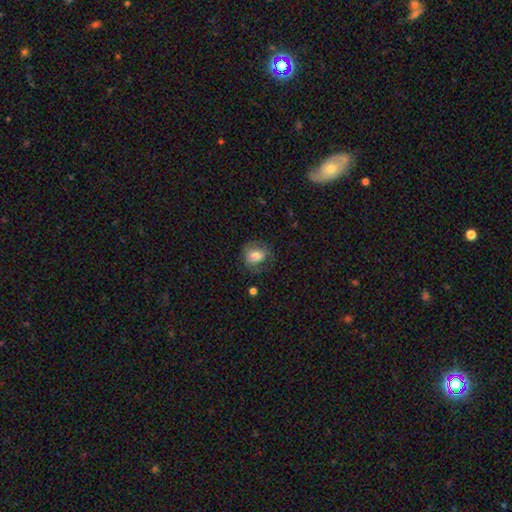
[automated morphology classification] smooth-or-featured: smooth: 66% | featured or disk: 26% | star or artifact: 8%
  how-rounded: round: 60% | in between: 38% | cigar-shaped: 1%
  merging: none: 64% | minor disturbance: 21% | major disturbance: 13% | merger: 2%